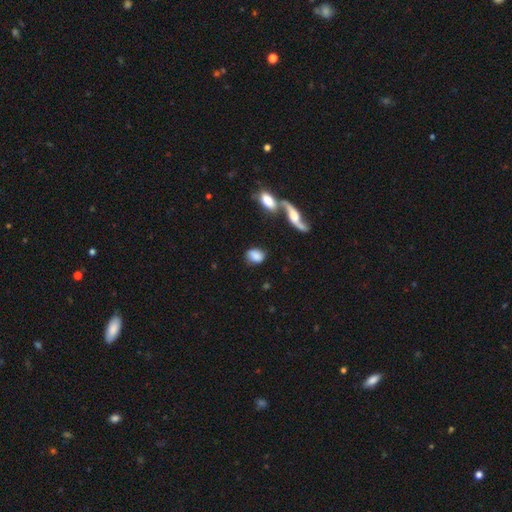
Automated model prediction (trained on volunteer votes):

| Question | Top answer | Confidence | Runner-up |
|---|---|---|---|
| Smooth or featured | smooth | 76% | featured or disk (16%) |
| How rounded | in between | 65% | round (32%) |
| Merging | none | 68% | minor disturbance (17%) |